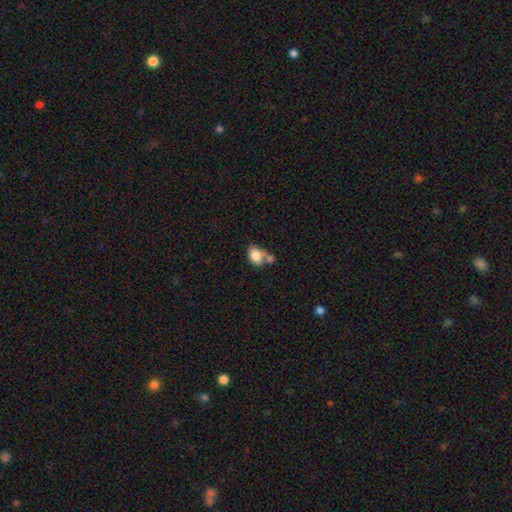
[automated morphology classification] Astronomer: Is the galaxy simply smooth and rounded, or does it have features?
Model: smooth — 81%.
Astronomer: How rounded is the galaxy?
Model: in between — 75%.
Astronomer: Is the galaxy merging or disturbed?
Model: merger — 45% (runner-up: none, 32%).